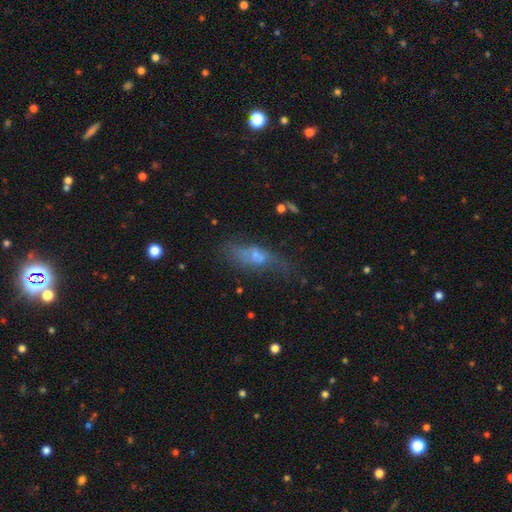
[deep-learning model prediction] Smooth or featured: smooth — 51% (featured or disk — 34%)
How rounded: in between — 53% (cigar-shaped — 42%)
Merging: none — 50% (minor disturbance — 25%)